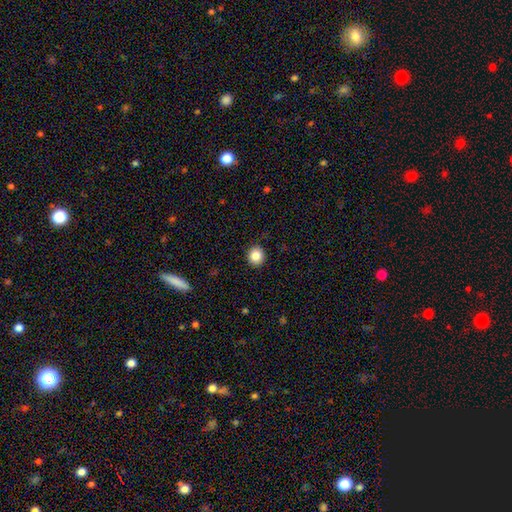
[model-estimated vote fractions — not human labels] smooth-or-featured: smooth: 85% | star or artifact: 10% | featured or disk: 5%
  how-rounded: round: 87% | in between: 13% | cigar-shaped: 1%
  merging: none: 91% | minor disturbance: 6% | major disturbance: 2% | merger: 1%